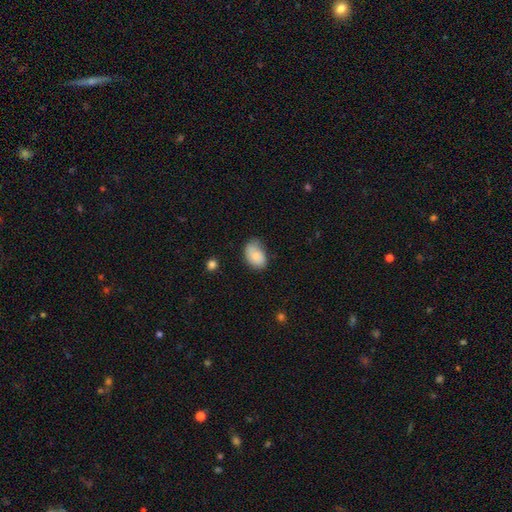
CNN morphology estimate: Smooth or featured? Predicted: smooth (p=0.80). How rounded? Predicted: in between (p=0.86). Merging? Predicted: none (p=0.55).